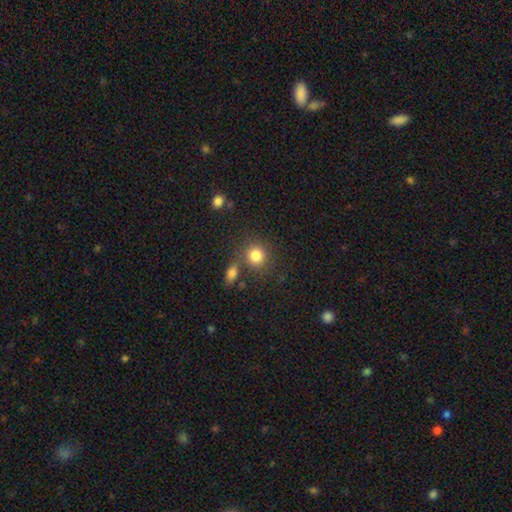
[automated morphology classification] Smooth or featured: smooth — 82% (star or artifact — 11%)
How rounded: round — 83% (in between — 16%)
Merging: none — 67% (merger — 17%)